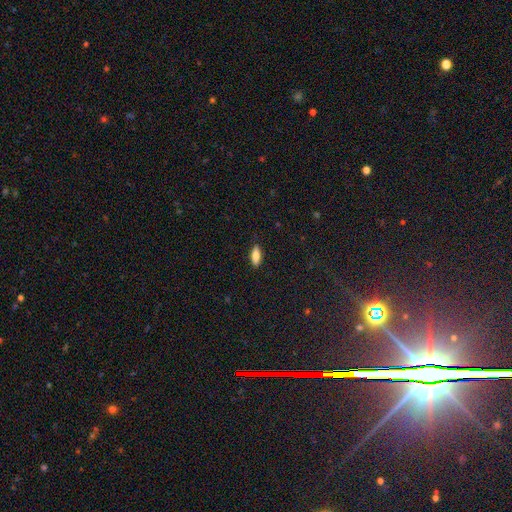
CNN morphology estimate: type=smooth (77%); roundness=in between (69%); merging=none (88%).